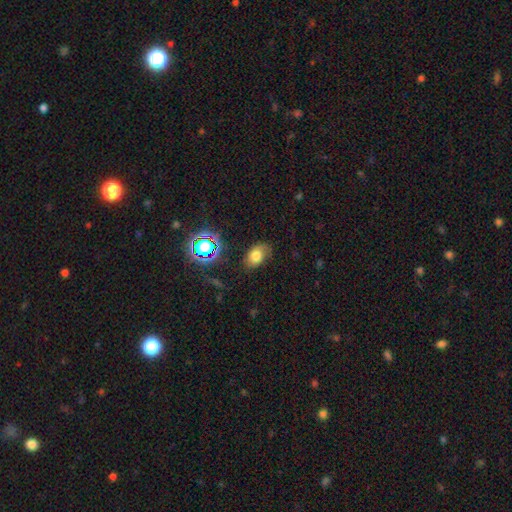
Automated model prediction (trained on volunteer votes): smooth-or-featured: smooth: 68% | star or artifact: 16% | featured or disk: 15%
  how-rounded: in between: 83% | round: 16% | cigar-shaped: 1%
  merging: none: 67% | minor disturbance: 23% | major disturbance: 8% | merger: 2%